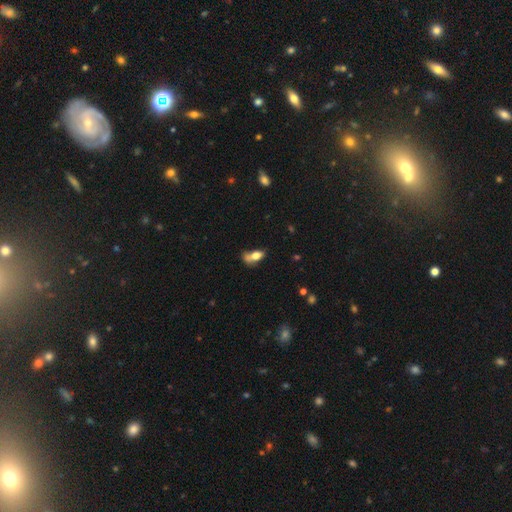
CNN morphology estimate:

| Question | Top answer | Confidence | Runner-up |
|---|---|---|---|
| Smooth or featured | smooth | 69% | featured or disk (21%) |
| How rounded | in between | 81% | cigar-shaped (12%) |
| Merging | none | 32% | minor disturbance (26%) |